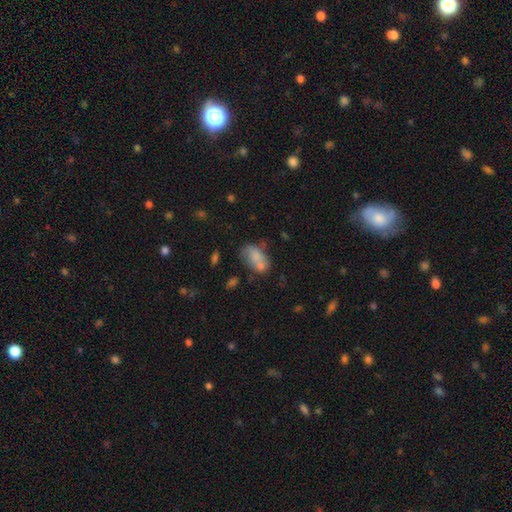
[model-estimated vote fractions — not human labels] Smooth or featured? Predicted: smooth (p=0.70). How rounded? Predicted: in between (p=0.86). Merging? Predicted: merger (p=0.38).